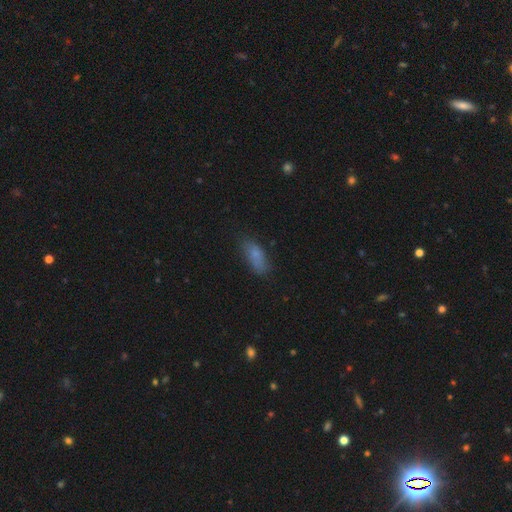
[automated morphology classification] This is likely a smooth galaxy (78%). How rounded: likely in between (76%). Merging: likely none (68%).